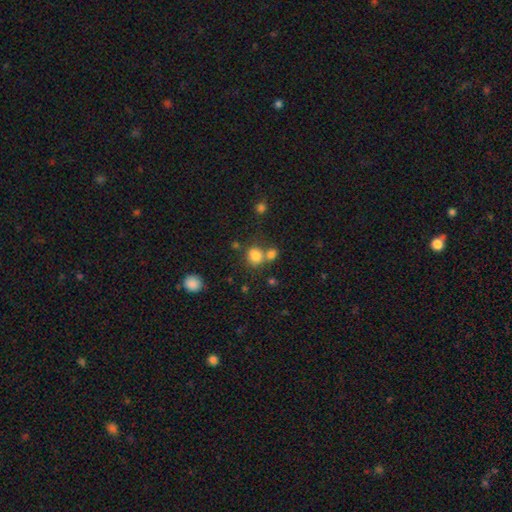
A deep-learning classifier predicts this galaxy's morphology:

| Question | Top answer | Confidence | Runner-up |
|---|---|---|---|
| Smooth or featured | smooth | 80% | star or artifact (13%) |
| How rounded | round | 62% | in between (37%) |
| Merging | none | 48% | merger (35%) |